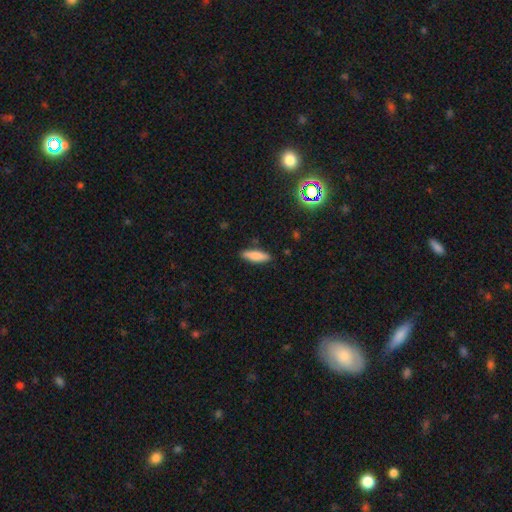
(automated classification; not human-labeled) smooth-or-featured: smooth: 80% | featured or disk: 13% | star or artifact: 8%
  how-rounded: cigar-shaped: 54% | in between: 44% | round: 2%
  merging: none: 86% | minor disturbance: 10% | major disturbance: 2% | merger: 1%